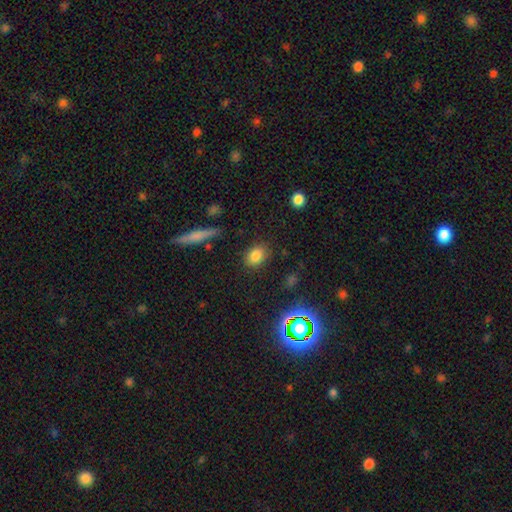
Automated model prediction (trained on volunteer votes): A smooth galaxy with no disk features (81%) that is in between round and cigar-shaped (66%).

Vote fractions:
- Smooth or featured? smooth: 81% / star or artifact: 12% / featured or disk: 7%
- How rounded? in between: 66% / round: 32% / cigar-shaped: 2%
- Merging? none: 83% / minor disturbance: 11% / major disturbance: 3% / merger: 2%